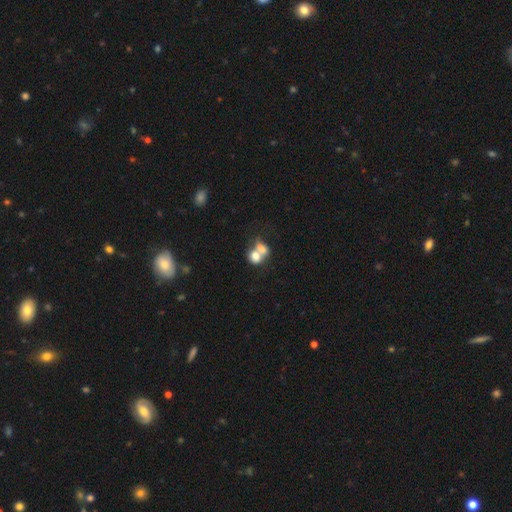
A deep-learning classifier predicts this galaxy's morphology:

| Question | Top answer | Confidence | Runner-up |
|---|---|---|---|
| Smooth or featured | smooth | 70% | featured or disk (20%) |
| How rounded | round | 52% | in between (47%) |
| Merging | merger | 71% | none (19%) |